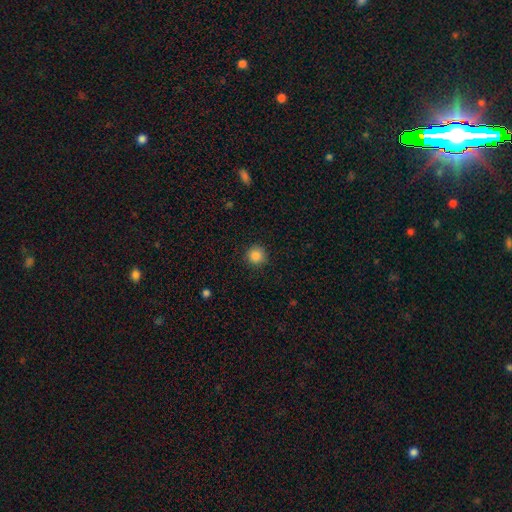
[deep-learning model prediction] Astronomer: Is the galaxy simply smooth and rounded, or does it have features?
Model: smooth — 85%.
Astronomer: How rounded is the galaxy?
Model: round — 95%.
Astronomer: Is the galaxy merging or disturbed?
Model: none — 91%.